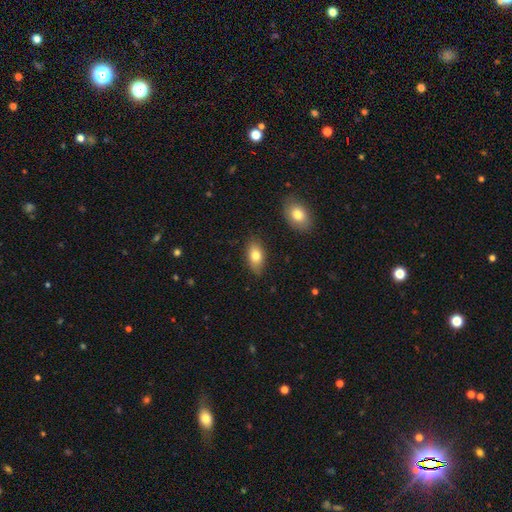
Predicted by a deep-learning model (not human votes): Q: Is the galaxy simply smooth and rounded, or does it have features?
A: smooth — 79%.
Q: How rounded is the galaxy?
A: in between — 91%.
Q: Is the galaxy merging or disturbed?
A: none — 82%.